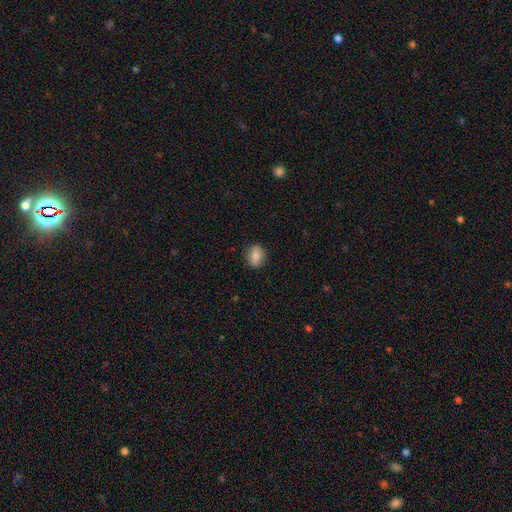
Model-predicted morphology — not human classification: Q: Smooth or featured?
A: smooth (84%); runner-up: star or artifact (8%)
Q: How rounded?
A: in between (55%); runner-up: round (43%)
Q: Merging?
A: none (87%); runner-up: minor disturbance (9%)